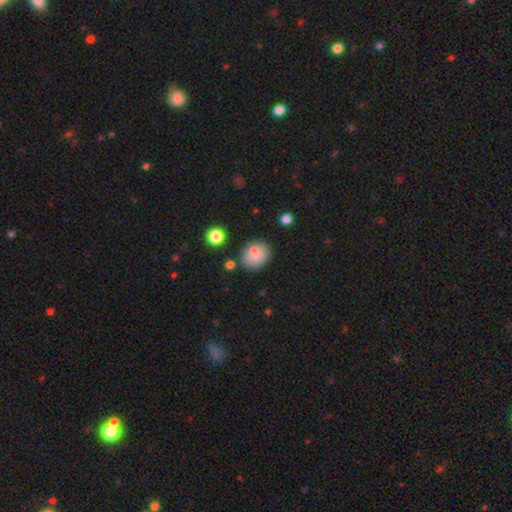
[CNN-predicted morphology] smooth_or_featured: smooth (p=0.78) [alt: featured or disk p=0.12]
how_rounded: round (p=0.55) [alt: in between p=0.44]
merging: none (p=0.68) [alt: minor disturbance p=0.16]